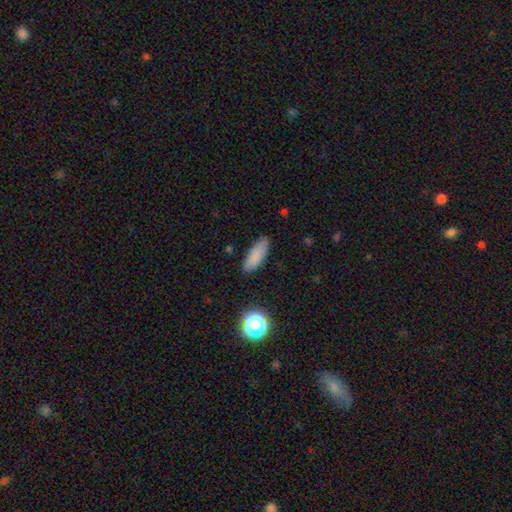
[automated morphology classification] smooth-or-featured: smooth: 83% | star or artifact: 9% | featured or disk: 7%
  how-rounded: in between: 61% | cigar-shaped: 37% | round: 3%
  merging: none: 82% | minor disturbance: 14% | major disturbance: 3% | merger: 2%